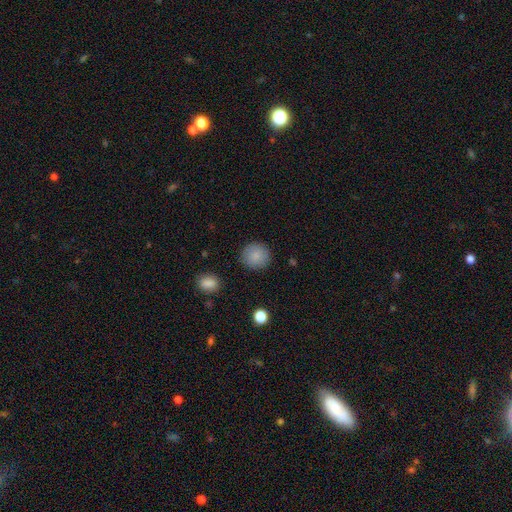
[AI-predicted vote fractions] Overall: smooth (87%). How rounded: round (92%). Merging: none (89%).